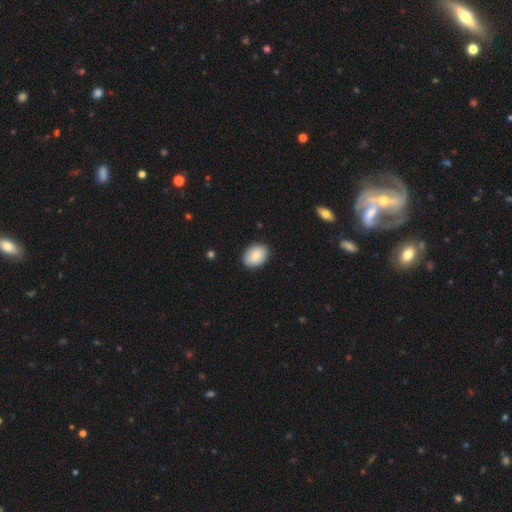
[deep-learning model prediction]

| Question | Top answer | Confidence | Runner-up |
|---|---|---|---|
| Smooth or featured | smooth | 87% | featured or disk (7%) |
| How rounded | in between | 75% | round (23%) |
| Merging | none | 87% | minor disturbance (10%) |